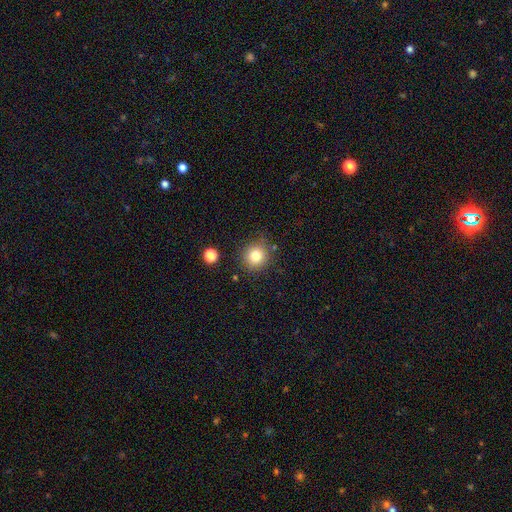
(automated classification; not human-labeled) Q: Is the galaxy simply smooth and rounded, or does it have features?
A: smooth — 79%.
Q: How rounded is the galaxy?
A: round — 92%.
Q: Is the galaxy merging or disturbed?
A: none — 83%.